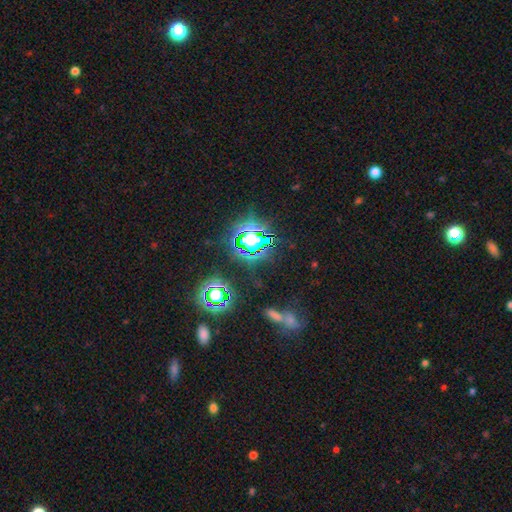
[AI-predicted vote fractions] This appears to be a star or artifact, not a galaxy (76%).